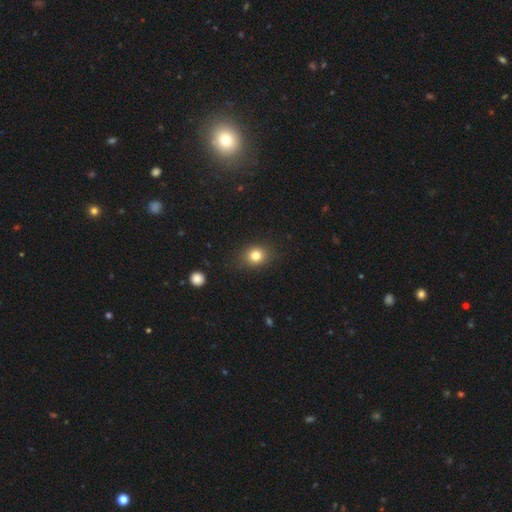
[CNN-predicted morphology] This is clearly a smooth galaxy (81%). How rounded: likely round (70%). Merging: clearly none (86%).